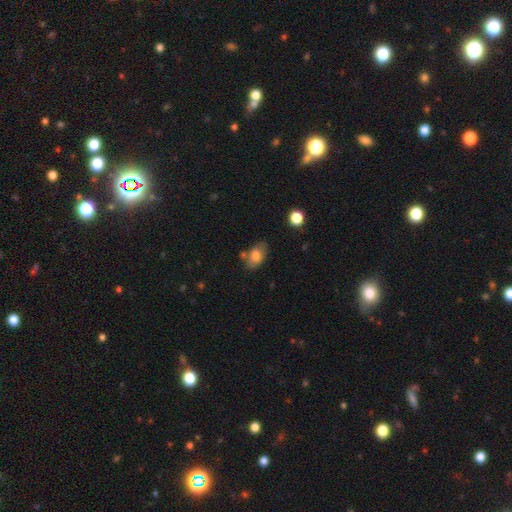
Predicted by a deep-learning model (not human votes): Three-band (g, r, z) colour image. It shows a smooth galaxy with no disk features (76%) that is in between round and cigar-shaped (86%). Merging: none (63%).